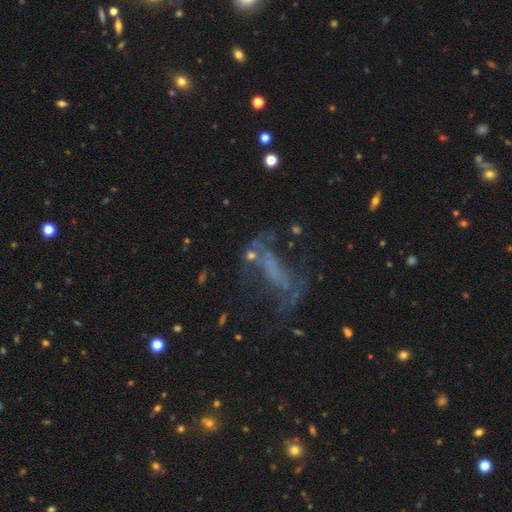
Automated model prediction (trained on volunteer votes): Overall: featured or disk (56%; smooth 24%). Edge-on disk: no (91%). Bar: no (60%; weak 23%). Spiral arms: no (57%; yes 43%). Bulge size: none (67%). Merging: none (37%; major disturbance 35%).